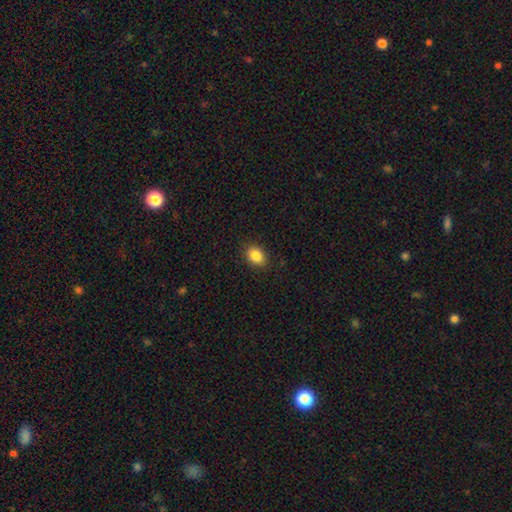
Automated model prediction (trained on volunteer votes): smooth_or_featured: smooth (p=0.86) [alt: star or artifact p=0.09]
how_rounded: in between (p=0.68) [alt: round p=0.31]
merging: none (p=0.89) [alt: minor disturbance p=0.08]